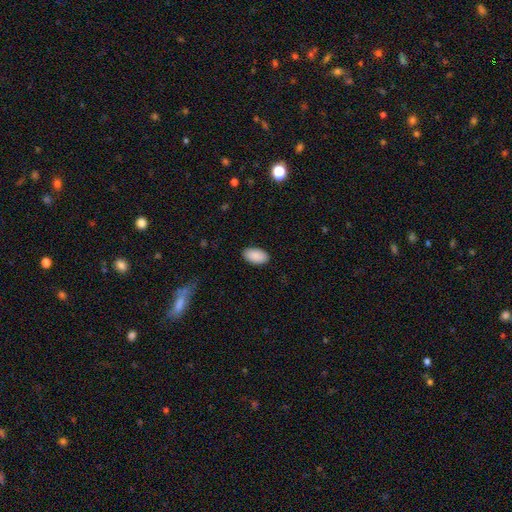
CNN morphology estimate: Smooth or featured? smooth (91%)
How rounded? in between (96%)
Merging? none (89%)